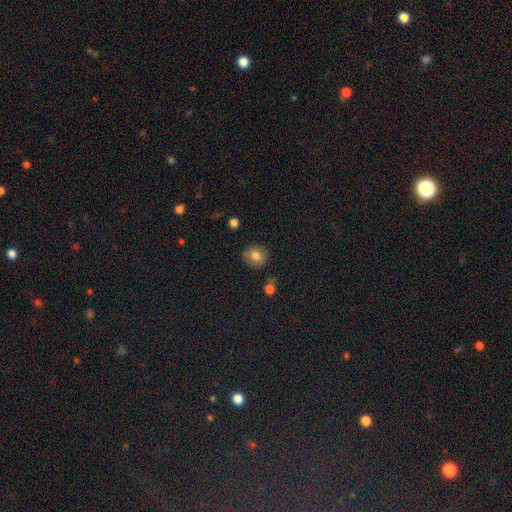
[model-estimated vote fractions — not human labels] This appears to be a smooth galaxy with no disk features (78%) that is round (78%). Merging: none (80%).